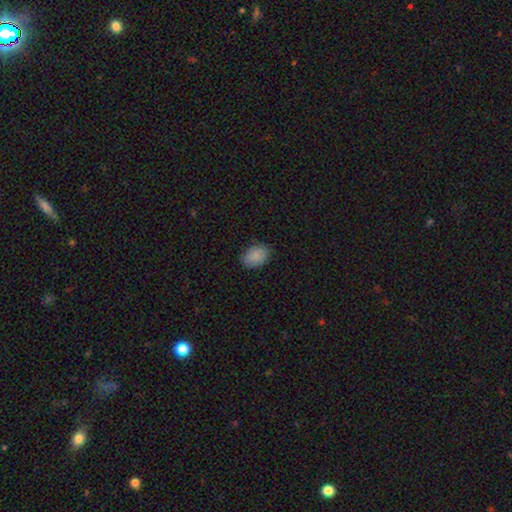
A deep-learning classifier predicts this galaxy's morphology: A smooth galaxy with no disk features (87%) that is in between round and cigar-shaped (76%). Merging: none (82%).